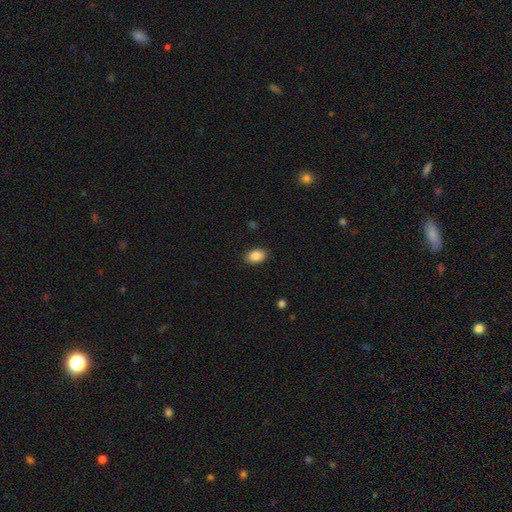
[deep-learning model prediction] Smooth or featured? Predicted: smooth (p=0.87). How rounded? Predicted: in between (p=0.86). Merging? Predicted: none (p=0.88).